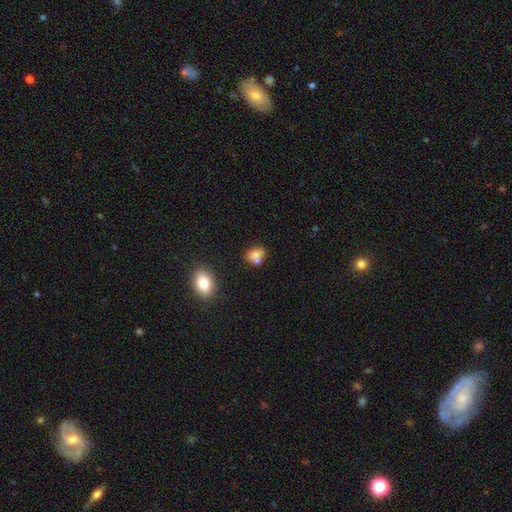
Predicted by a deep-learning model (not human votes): A smooth galaxy with no disk features (72%) that is in between round and cigar-shaped (49%, tied with round).

Vote fractions:
- Smooth or featured? smooth: 72% / featured or disk: 16% / star or artifact: 11%
- How rounded? in between: 49% (tied) / round: 49% (tied) / cigar-shaped: 2%
- Merging? none: 43% / merger: 38% / minor disturbance: 13% / major disturbance: 5%